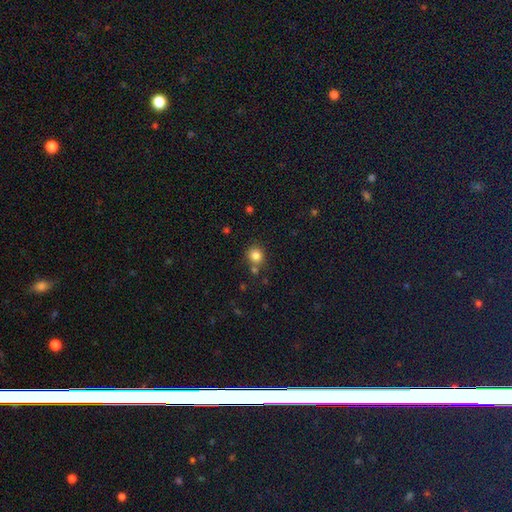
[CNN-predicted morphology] This is clearly a smooth galaxy (82%). How rounded: clearly round (88%). Merging: likely none (72%).